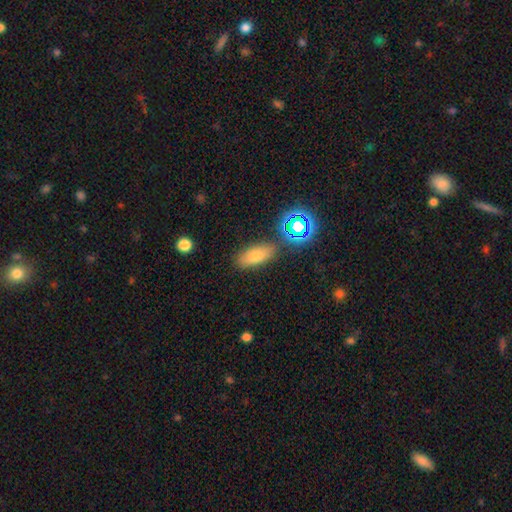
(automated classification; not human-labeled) smooth 71%, star or artifact 15%, featured or disk 14%. Down the decision tree: how rounded — in between (74%); merging — none (83%).